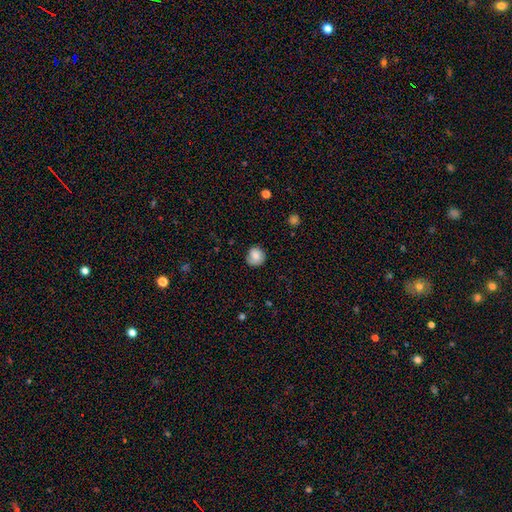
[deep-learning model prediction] smooth_or_featured: smooth (p=0.78) [alt: featured or disk p=0.13]
how_rounded: round (p=0.87) [alt: in between p=0.12]
merging: none (p=0.75) [alt: minor disturbance p=0.19]